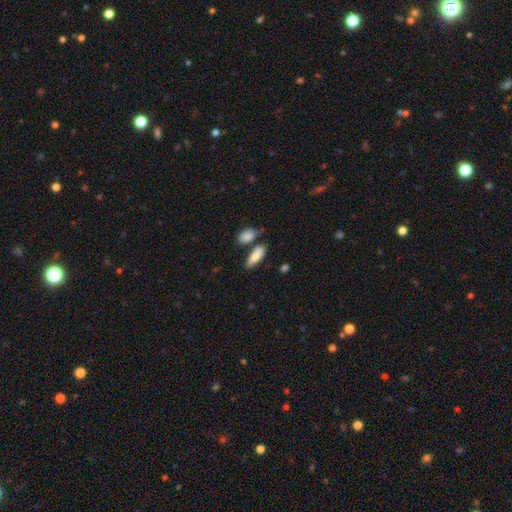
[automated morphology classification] smooth_or_featured: smooth (p=0.75) [alt: featured or disk p=0.19]
how_rounded: in between (p=0.68) [alt: cigar-shaped p=0.29]
merging: none (p=0.61) [alt: merger p=0.20]